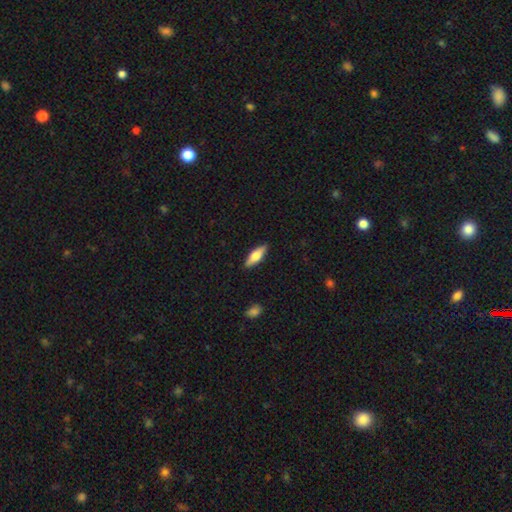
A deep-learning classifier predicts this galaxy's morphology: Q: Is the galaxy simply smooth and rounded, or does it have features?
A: smooth — 58%.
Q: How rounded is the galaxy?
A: in between — 56%.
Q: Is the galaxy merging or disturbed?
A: none — 89%.